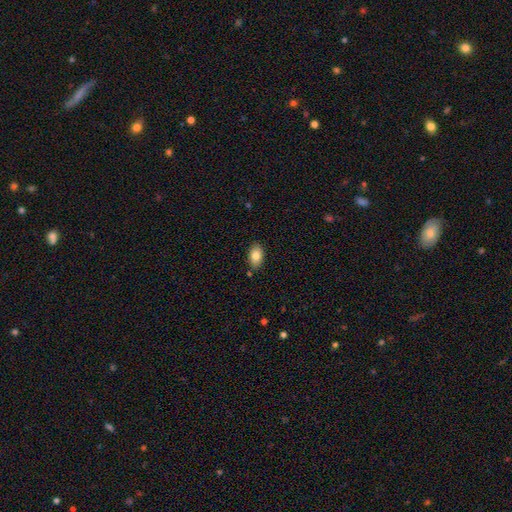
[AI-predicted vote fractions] Smooth or featured? smooth (82%)
How rounded? in between (91%)
Merging? none (84%)